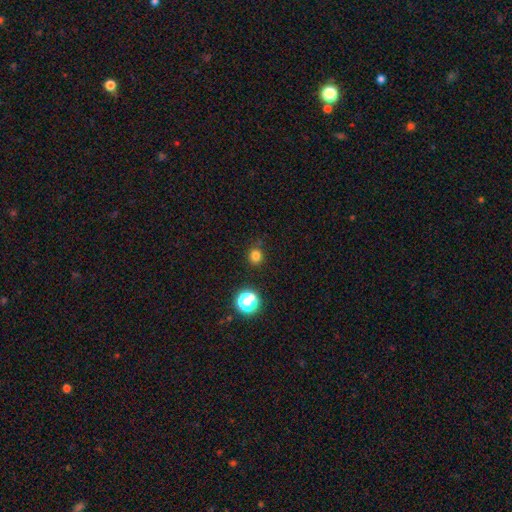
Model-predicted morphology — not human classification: The model was most divided on "smooth or featured": smooth: 79%, star or artifact: 17%, featured or disk: 4%. More confident: how rounded — round (88%); merging — none (83%).